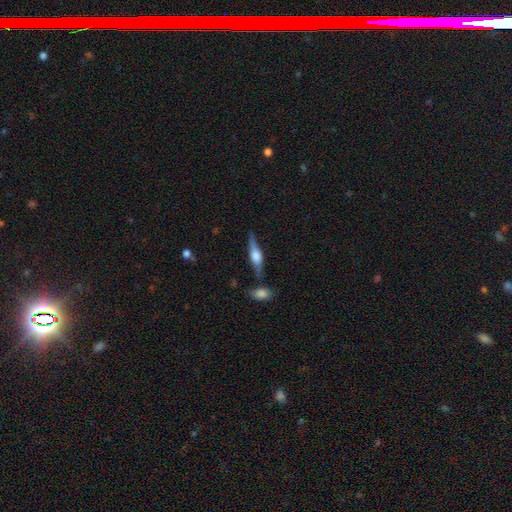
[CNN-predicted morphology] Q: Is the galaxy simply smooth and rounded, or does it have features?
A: featured or disk — 66%.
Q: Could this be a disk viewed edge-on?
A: yes — 95%.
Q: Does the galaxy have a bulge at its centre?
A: rounded — 84%.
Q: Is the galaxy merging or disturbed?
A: none — 74%.